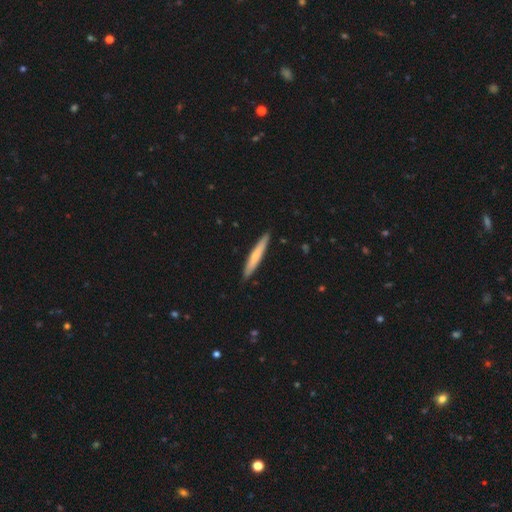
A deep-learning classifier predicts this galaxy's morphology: The model was most divided on "smooth or featured": smooth: 63%, featured or disk: 32%, star or artifact: 5%. More confident: how rounded — cigar-shaped (94%); merging — none (90%).